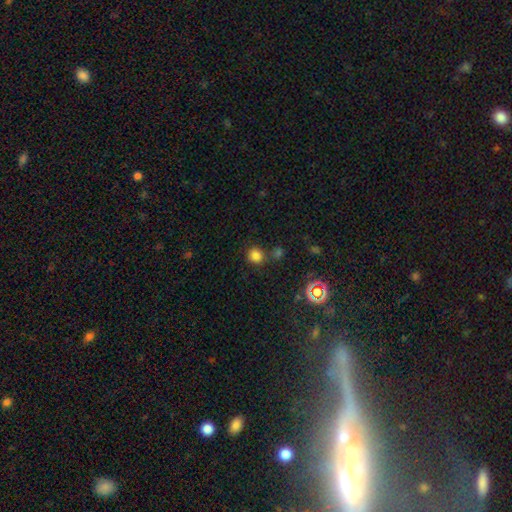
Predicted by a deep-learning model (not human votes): Smooth or featured? smooth (79%)
How rounded? round (90%)
Merging? none (75%)